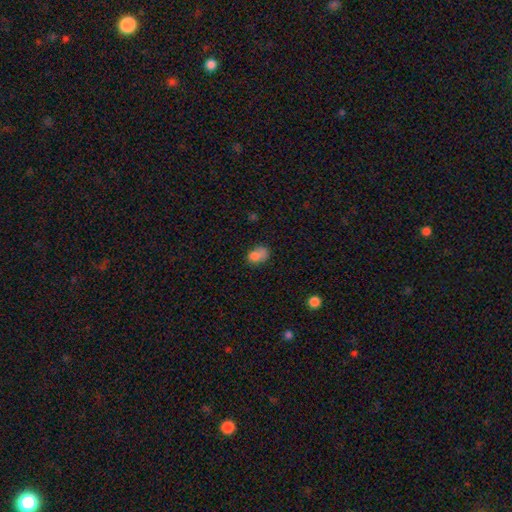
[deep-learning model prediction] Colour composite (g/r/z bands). It shows a smooth galaxy with no disk features (79%) that is in between round and cigar-shaped (75%). Merging: none (43%).